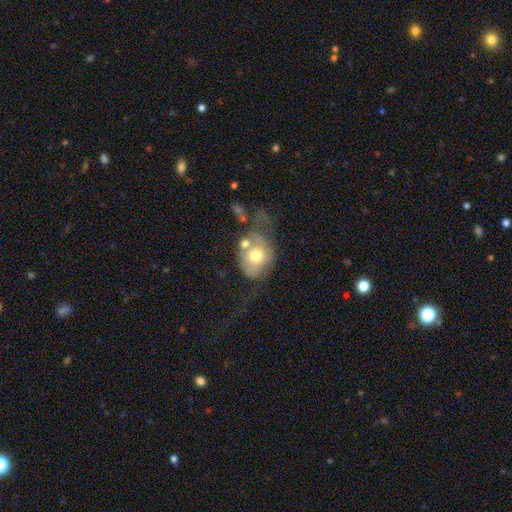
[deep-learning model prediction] smooth_or_featured: smooth (p=0.56) [alt: featured or disk p=0.35]
how_rounded: in between (p=0.50) [alt: round p=0.49]
merging: major disturbance (p=0.33) [alt: merger p=0.27]